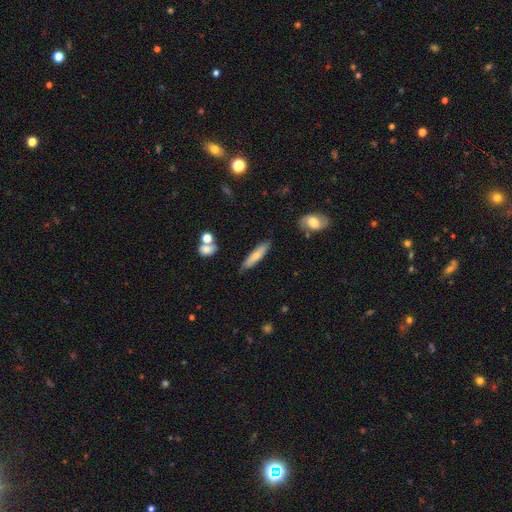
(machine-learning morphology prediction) A smooth galaxy with no disk features (70%) that is cigar-shaped (78%).

Vote fractions:
- Smooth or featured? smooth: 70% / featured or disk: 23% / star or artifact: 7%
- How rounded? cigar-shaped: 78% / in between: 21% / round: 2%
- Merging? none: 80% / minor disturbance: 14% / merger: 3% / major disturbance: 3%